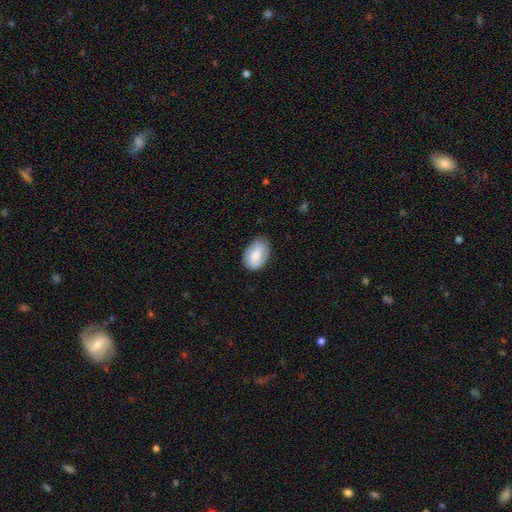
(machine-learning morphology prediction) Smooth or featured? Predicted: smooth (p=0.70). How rounded? Predicted: in between (p=0.85). Merging? Predicted: none (p=0.77).